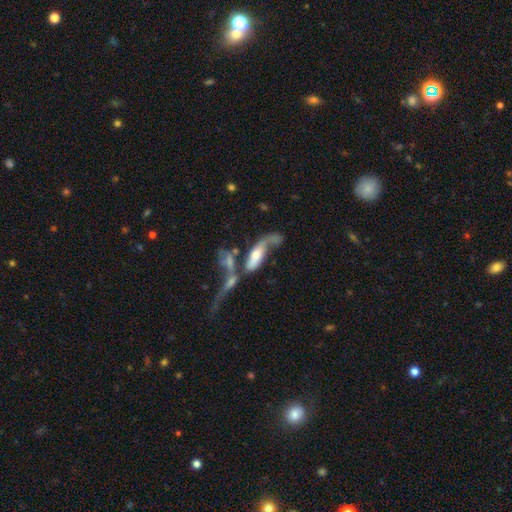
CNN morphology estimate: type=featured or disk (52%); edge-on=no (73%); merging=merger (51%).